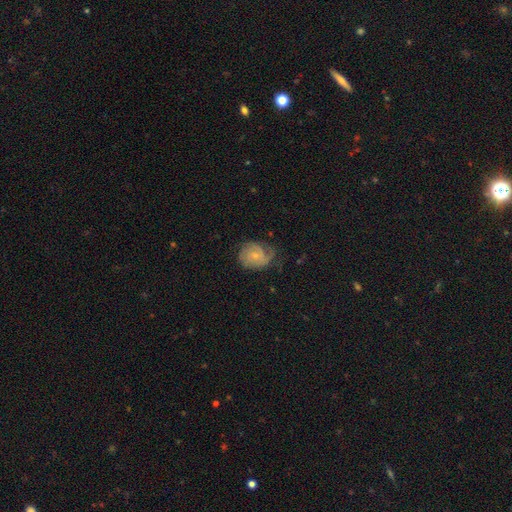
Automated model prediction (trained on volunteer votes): Smooth or featured? featured or disk (63%)
Edge-on disk? no (97%)
Bar? no (75%)
Spiral arms? yes (88%)
Spiral winding? tight (52%)
Spiral arm count? 2 (35%)
Bulge size? small (67%)
Merging? none (53%)